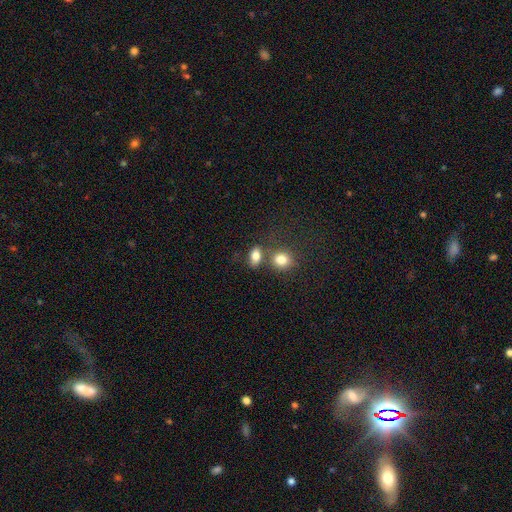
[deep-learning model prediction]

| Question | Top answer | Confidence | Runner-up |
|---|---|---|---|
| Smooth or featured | smooth | 81% | star or artifact (10%) |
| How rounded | in between | 78% | round (18%) |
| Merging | none | 57% | merger (26%) |